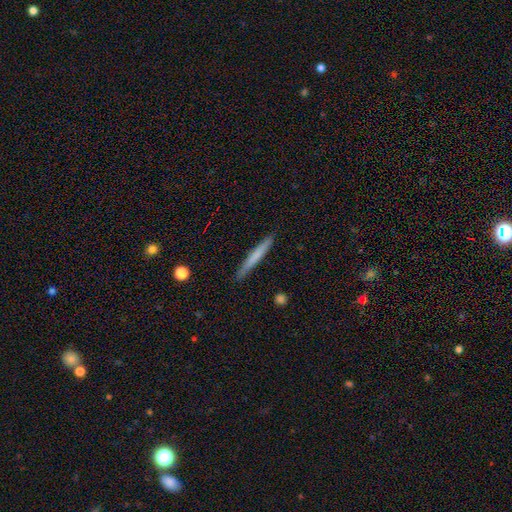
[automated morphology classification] This is likely a smooth galaxy (67%). How rounded: clearly cigar-shaped (96%). Merging: clearly none (89%).